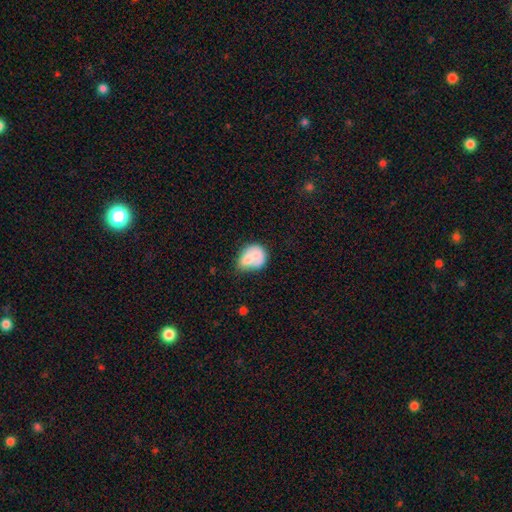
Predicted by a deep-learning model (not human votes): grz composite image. It shows a smooth galaxy with no disk features (71%) that is round (52%). Merging: none (33%).